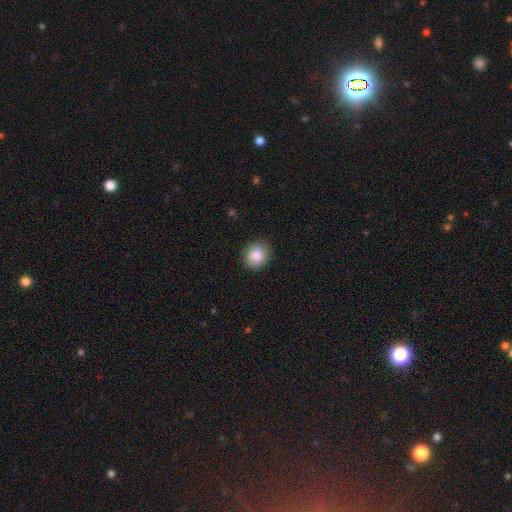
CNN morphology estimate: Smooth or featured?
  - smooth: 83% *
  - star or artifact: 8%
  - featured or disk: 8%
How rounded?
  - round: 73% *
  - in between: 26%
  - cigar-shaped: 1%
Merging?
  - none: 86% *
  - minor disturbance: 11%
  - major disturbance: 2%
  - merger: 1%